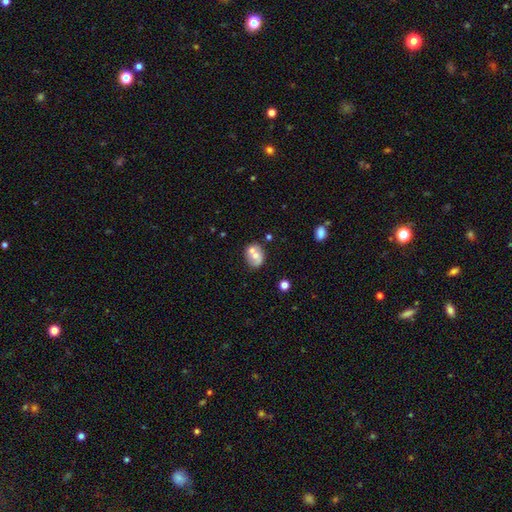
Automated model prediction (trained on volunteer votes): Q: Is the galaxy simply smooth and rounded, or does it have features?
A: smooth — 53%.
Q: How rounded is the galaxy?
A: in between — 50%.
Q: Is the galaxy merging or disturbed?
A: merger — 42%.